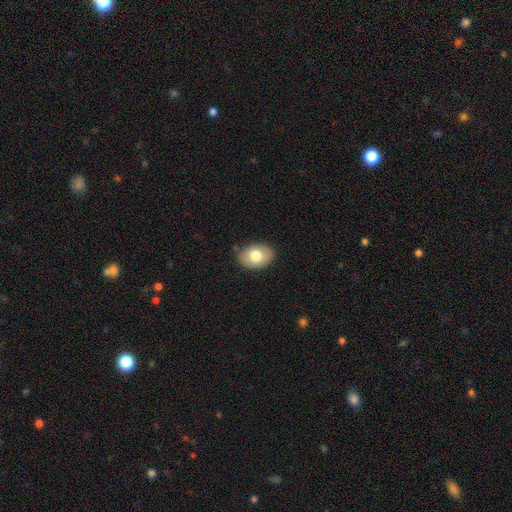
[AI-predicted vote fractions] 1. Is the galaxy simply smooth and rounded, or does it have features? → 74% smooth, 18% featured or disk, 7% star or artifact.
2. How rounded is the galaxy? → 81% in between, 18% round, 1% cigar-shaped.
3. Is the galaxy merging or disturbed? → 83% none, 13% minor disturbance, 3% major disturbance, 2% merger.